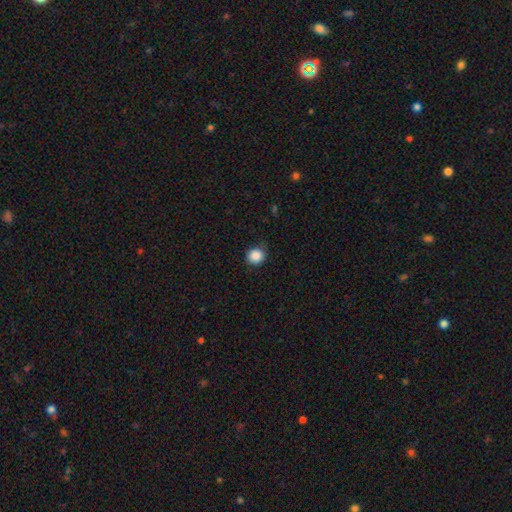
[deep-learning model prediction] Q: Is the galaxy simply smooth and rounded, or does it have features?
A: smooth — 88%.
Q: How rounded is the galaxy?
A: round — 88%.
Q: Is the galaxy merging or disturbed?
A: none — 81%.